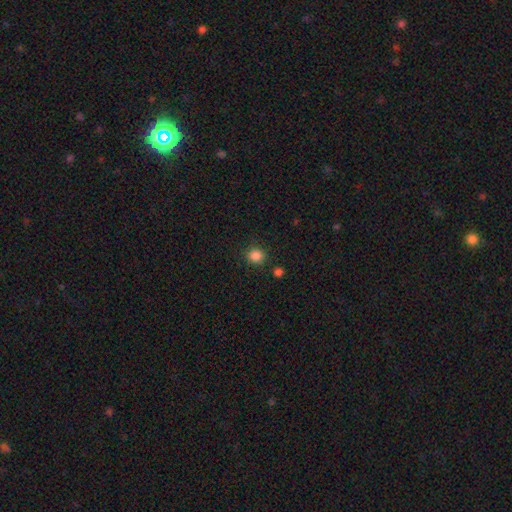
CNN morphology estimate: Q: Smooth or featured?
A: smooth (85%); runner-up: star or artifact (12%)
Q: How rounded?
A: round (85%); runner-up: in between (14%)
Q: Merging?
A: none (85%); runner-up: minor disturbance (9%)